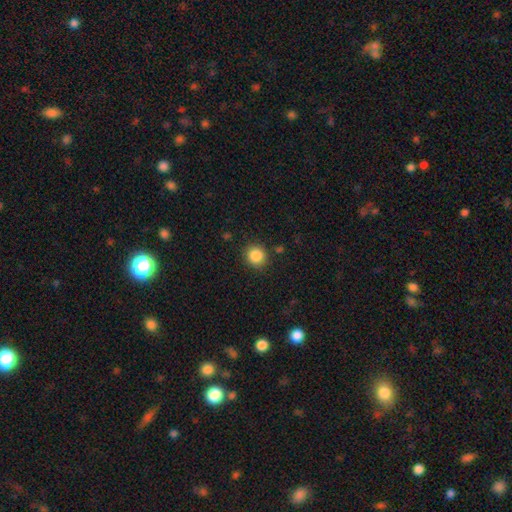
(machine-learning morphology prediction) Smooth or featured: smooth — 86% (star or artifact — 10%)
How rounded: round — 89% (in between — 10%)
Merging: none — 88% (minor disturbance — 7%)